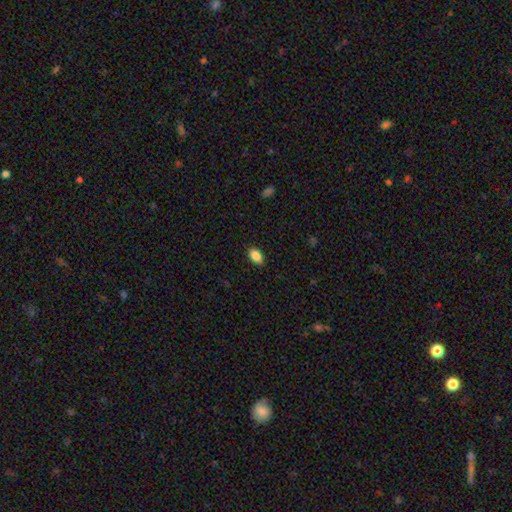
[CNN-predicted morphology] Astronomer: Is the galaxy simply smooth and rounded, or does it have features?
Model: smooth — 89%.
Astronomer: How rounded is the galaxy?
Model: in between — 91%.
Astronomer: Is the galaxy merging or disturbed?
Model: none — 89%.